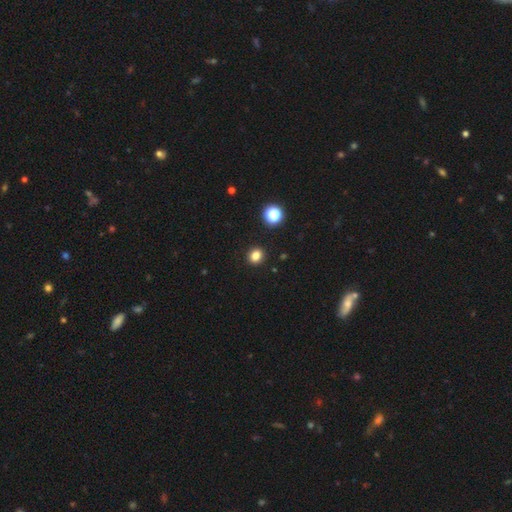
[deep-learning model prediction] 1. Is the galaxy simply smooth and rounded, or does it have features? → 82% smooth, 14% star or artifact, 5% featured or disk.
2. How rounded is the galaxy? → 77% round, 22% in between, 1% cigar-shaped.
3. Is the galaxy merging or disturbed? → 92% none, 5% minor disturbance, 2% major disturbance, 1% merger.